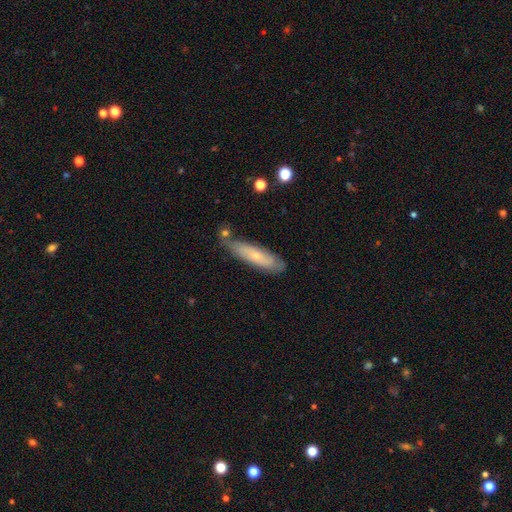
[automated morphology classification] Smooth or featured?
  - smooth: 57% *
  - featured or disk: 36%
  - star or artifact: 7%
How rounded?
  - cigar-shaped: 71% *
  - in between: 27%
  - round: 2%
Merging?
  - none: 69% *
  - minor disturbance: 20%
  - merger: 7%
  - major disturbance: 4%